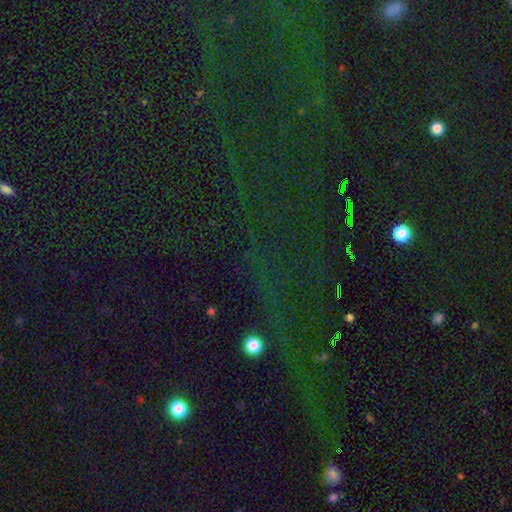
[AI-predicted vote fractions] Q: Smooth or featured?
A: star or artifact (81%); runner-up: smooth (11%)